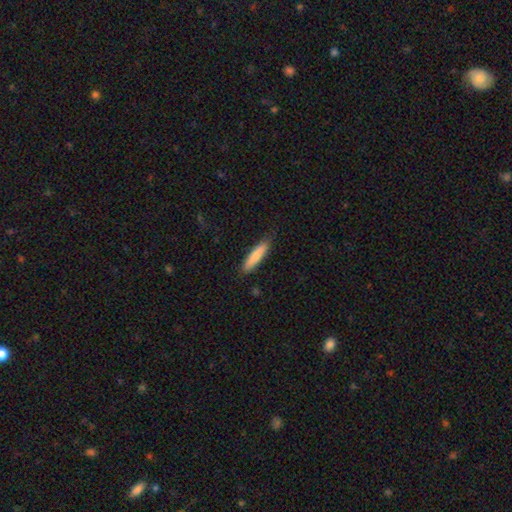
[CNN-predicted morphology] Q: Smooth or featured?
A: smooth (81%); runner-up: featured or disk (14%)
Q: How rounded?
A: cigar-shaped (81%); runner-up: in between (18%)
Q: Merging?
A: none (86%); runner-up: minor disturbance (11%)